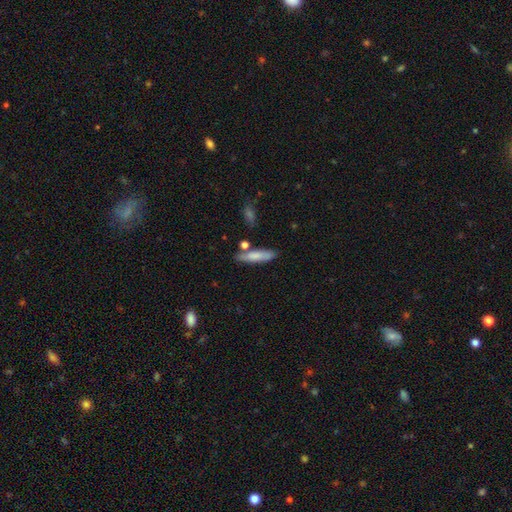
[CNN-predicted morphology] Smooth or featured?
  - smooth: 75% *
  - featured or disk: 19%
  - star or artifact: 6%
How rounded?
  - cigar-shaped: 74% *
  - in between: 23%
  - round: 2%
Merging?
  - none: 72% *
  - minor disturbance: 15%
  - merger: 9%
  - major disturbance: 3%